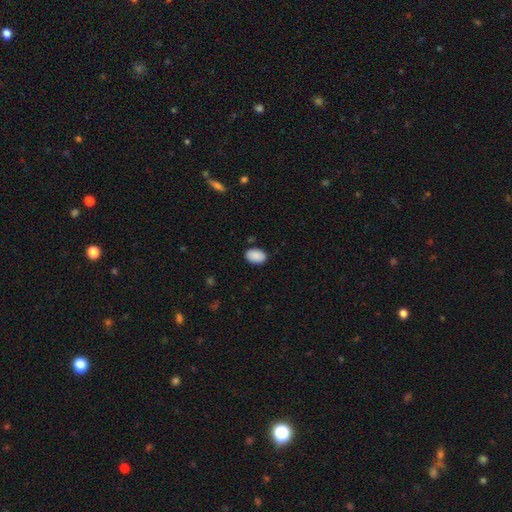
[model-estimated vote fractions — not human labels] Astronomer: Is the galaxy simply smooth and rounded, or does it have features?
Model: smooth — 90%.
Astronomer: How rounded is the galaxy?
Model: in between — 87%.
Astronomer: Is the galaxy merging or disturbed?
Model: none — 87%.